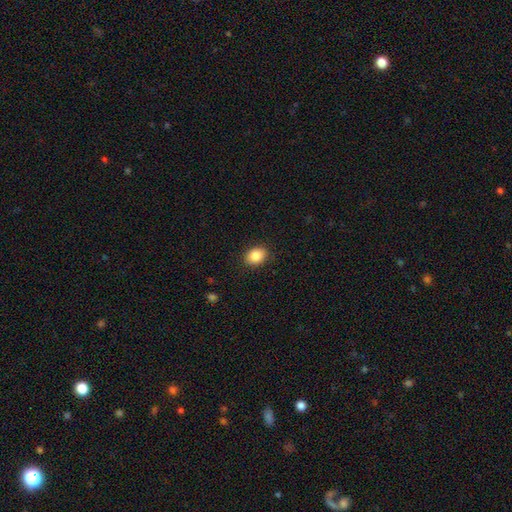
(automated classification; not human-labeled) Overall: smooth (87%). How rounded: in between (66%; round 33%). Merging: none (89%).